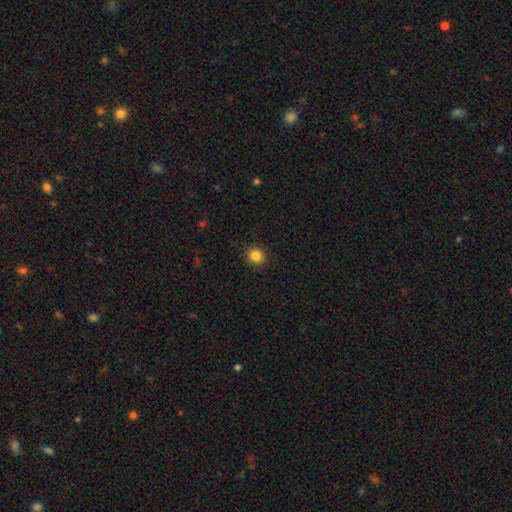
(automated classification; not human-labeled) Morphology: type=smooth (85%); roundness=round (89%); merging=none (92%).